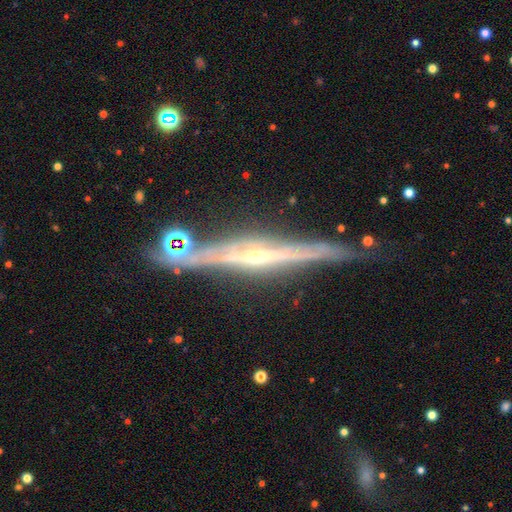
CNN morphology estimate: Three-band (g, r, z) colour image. It shows a featured or disk galaxy (87%) viewed edge-on (97%) with a rounded central bulge (69%). Merging: none (78%).